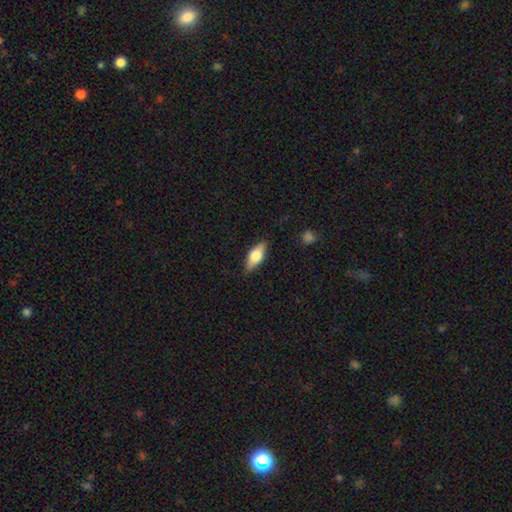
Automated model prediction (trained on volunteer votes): Smooth or featured? Predicted: smooth (p=0.61). How rounded? Predicted: in between (p=0.74). Merging? Predicted: none (p=0.85).